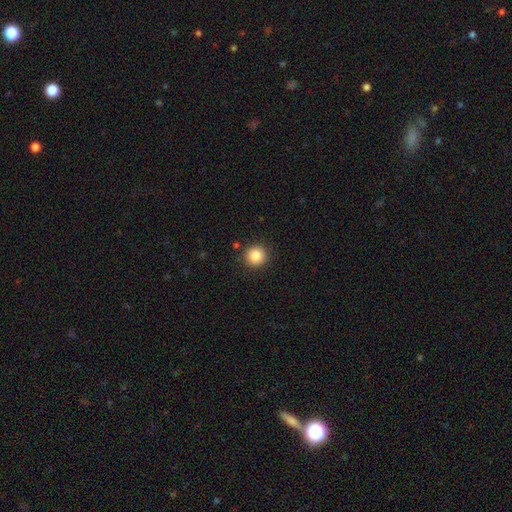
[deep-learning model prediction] Smooth or featured?
  - smooth: 87% *
  - star or artifact: 10%
  - featured or disk: 4%
How rounded?
  - round: 94% *
  - in between: 5%
  - cigar-shaped: 1%
Merging?
  - none: 90% *
  - minor disturbance: 7%
  - major disturbance: 2%
  - merger: 2%